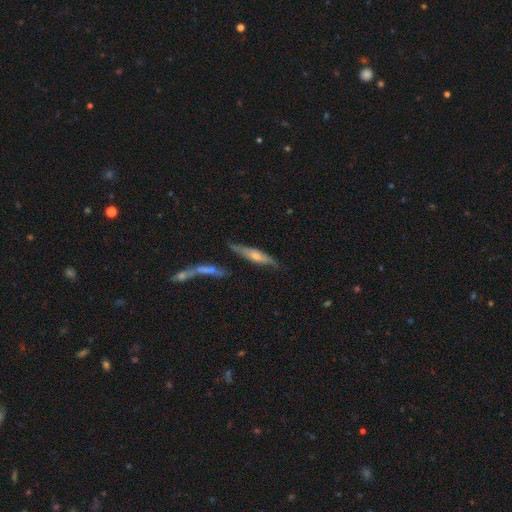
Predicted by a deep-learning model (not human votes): smooth-or-featured: featured or disk: 57% | smooth: 35% | star or artifact: 8%
  disk-edge-on: yes: 70% | no: 30%
  merging: none: 60% | minor disturbance: 19% | merger: 12% | major disturbance: 9%